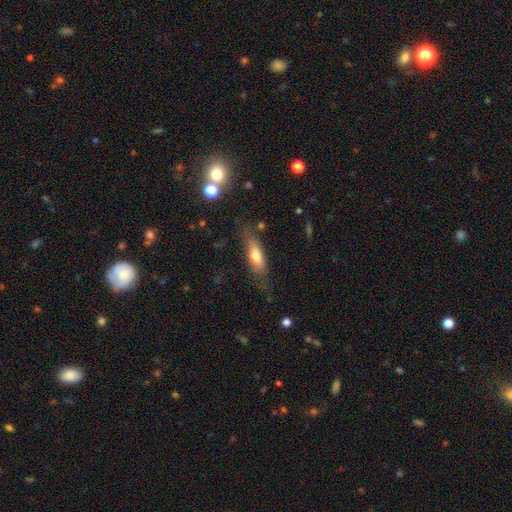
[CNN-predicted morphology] Overall: smooth (68%). How rounded: in between (51%; cigar-shaped 46%). Merging: none (68%).